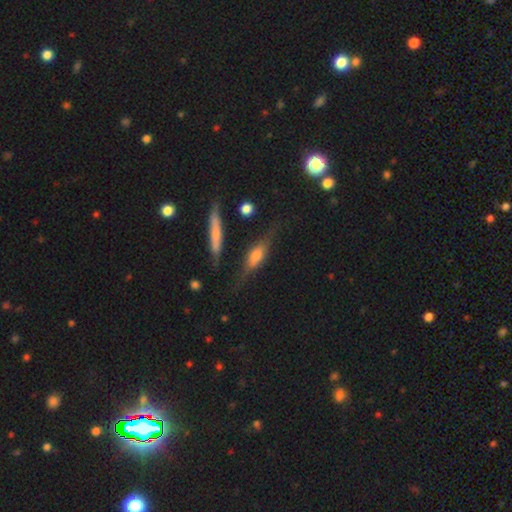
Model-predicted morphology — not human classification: Smooth or featured?
  - featured or disk: 51% *
  - smooth: 40%
  - star or artifact: 9%
Edge-on disk?
  - yes: 85% *
  - no: 15%
Merging?
  - none: 68% *
  - minor disturbance: 19%
  - major disturbance: 8%
  - merger: 4%